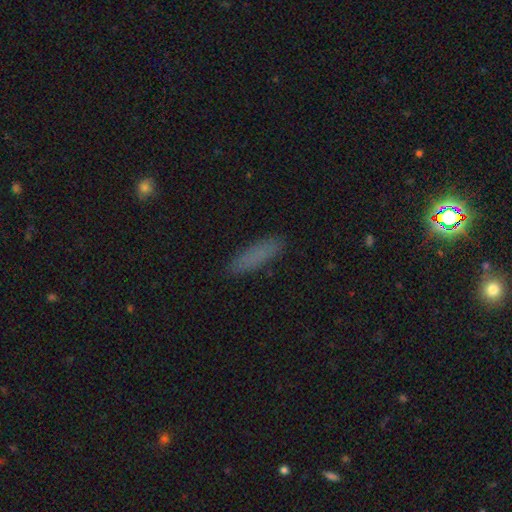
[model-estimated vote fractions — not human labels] Smooth or featured?
  - smooth: 79% *
  - star or artifact: 11%
  - featured or disk: 10%
How rounded?
  - cigar-shaped: 73% *
  - in between: 25%
  - round: 2%
Merging?
  - none: 88% *
  - minor disturbance: 9%
  - major disturbance: 2%
  - merger: 1%